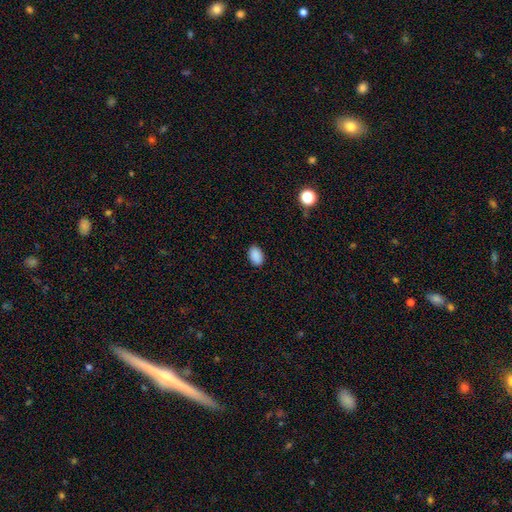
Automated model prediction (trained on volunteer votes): This appears to be a smooth galaxy with no disk features (89%) that is in between round and cigar-shaped (88%). Merging: none (89%).